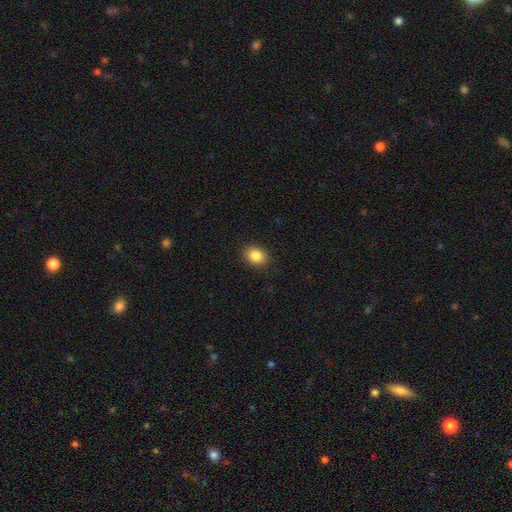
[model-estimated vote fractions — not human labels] Smooth or featured: smooth — 86% (star or artifact — 9%)
How rounded: in between — 55% (round — 44%)
Merging: none — 88% (minor disturbance — 9%)